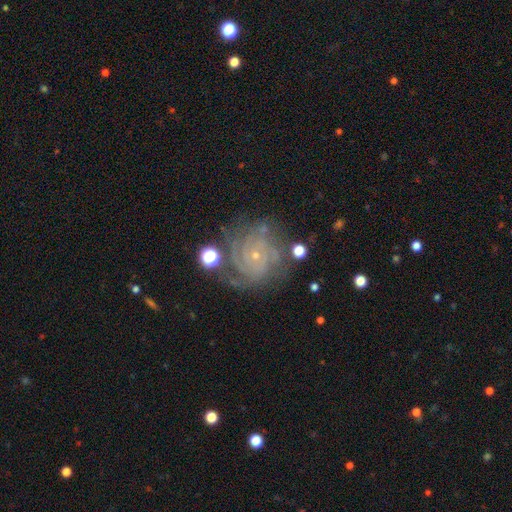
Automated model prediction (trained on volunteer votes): Smooth or featured? featured or disk (86%)
Edge-on disk? no (98%)
Bar? no (80%)
Spiral arms? yes (97%)
Spiral winding? tight (74%)
Spiral arm count? 4 (25%)
Bulge size? small (85%)
Merging? none (71%)